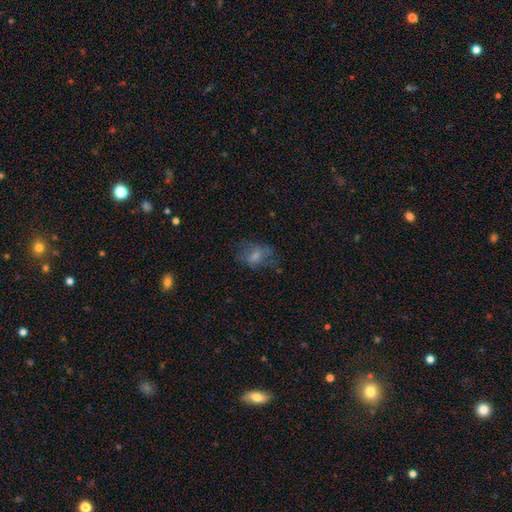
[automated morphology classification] This appears to be a smooth galaxy with no disk features (59%) that is in between round and cigar-shaped (76%). Merging: none (52%).